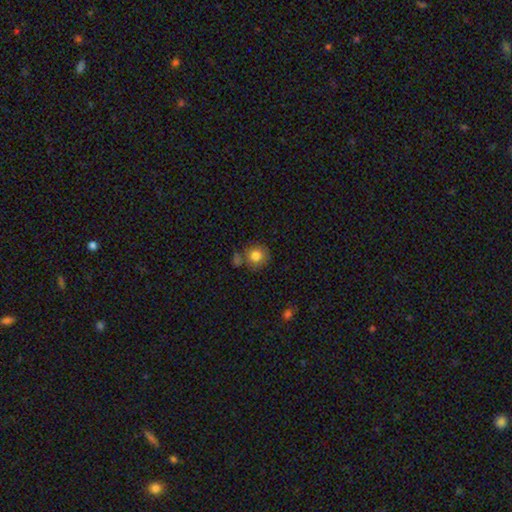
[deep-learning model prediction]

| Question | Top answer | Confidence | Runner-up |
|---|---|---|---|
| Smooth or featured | smooth | 80% | featured or disk (11%) |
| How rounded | round | 86% | in between (13%) |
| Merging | none | 65% | minor disturbance (17%) |